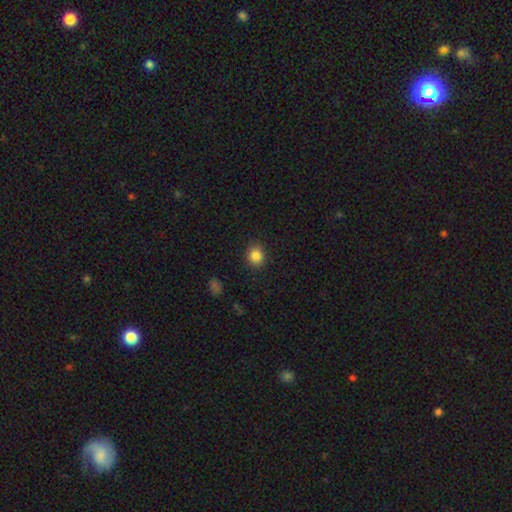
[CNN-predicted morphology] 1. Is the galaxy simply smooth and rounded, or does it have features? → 85% smooth, 10% star or artifact, 5% featured or disk.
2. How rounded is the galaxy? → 76% round, 23% in between, 1% cigar-shaped.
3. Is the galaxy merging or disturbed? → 89% none, 8% minor disturbance, 2% major disturbance, 1% merger.